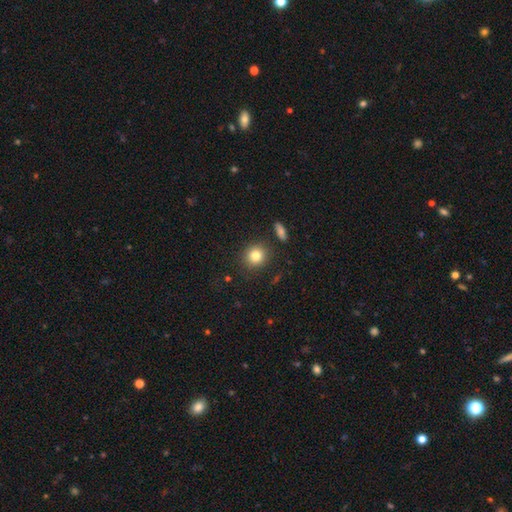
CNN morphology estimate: A smooth galaxy with no disk features (82%) that is round (85%). Merging: none (87%).